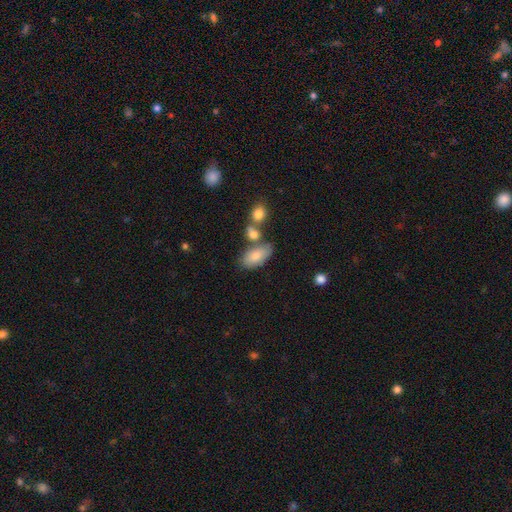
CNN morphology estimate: Overall: smooth (79%). How rounded: in between (92%). Merging: none (56%; merger 23%).